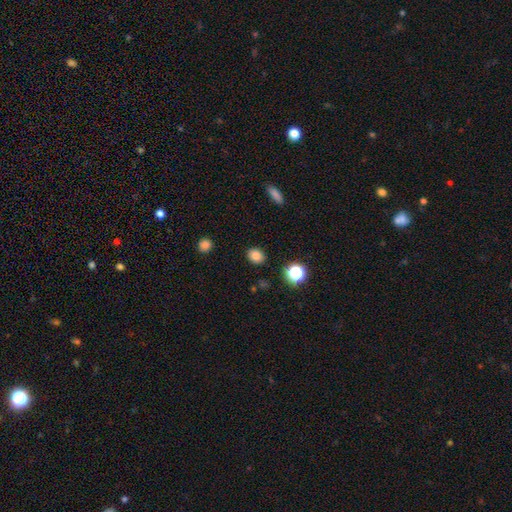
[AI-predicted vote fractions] Overall: smooth (82%). How rounded: round (52%; in between 47%). Merging: none (88%).